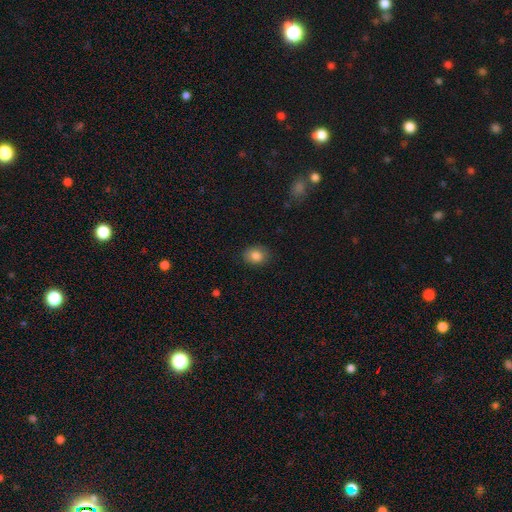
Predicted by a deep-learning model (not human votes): smooth-or-featured: smooth: 84% | star or artifact: 9% | featured or disk: 7%
  how-rounded: in between: 59% | round: 41% | cigar-shaped: 1%
  merging: none: 86% | minor disturbance: 11% | major disturbance: 3% | merger: 1%